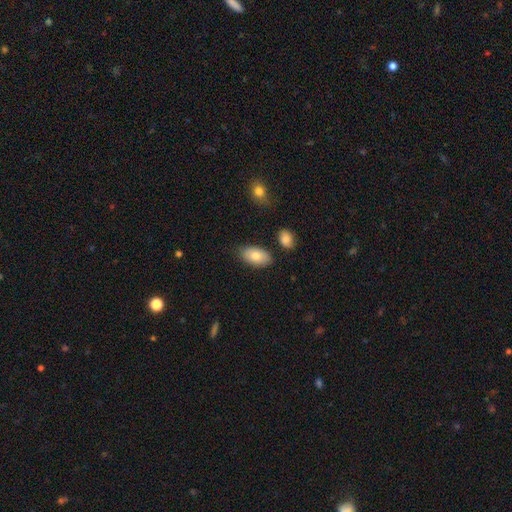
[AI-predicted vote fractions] smooth_or_featured: smooth (p=0.80) [alt: featured or disk p=0.14]
how_rounded: in between (p=0.94) [alt: round p=0.04]
merging: none (p=0.81) [alt: minor disturbance p=0.13]